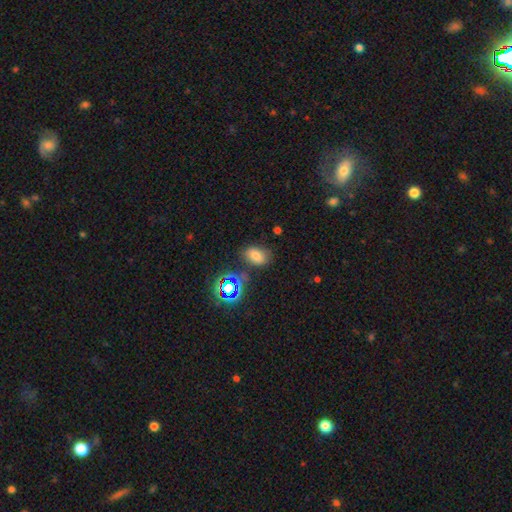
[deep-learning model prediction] Smooth or featured?
  - smooth: 67% *
  - star or artifact: 22%
  - featured or disk: 11%
How rounded?
  - in between: 80% *
  - round: 18%
  - cigar-shaped: 2%
Merging?
  - none: 73% *
  - minor disturbance: 16%
  - merger: 6%
  - major disturbance: 5%